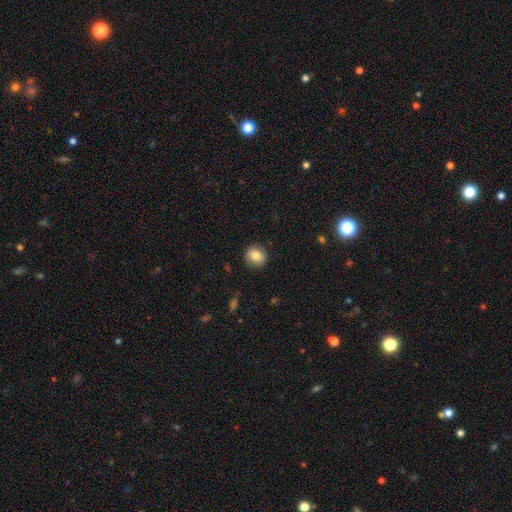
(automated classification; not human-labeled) Smooth or featured: smooth — 83% (star or artifact — 9%)
How rounded: round — 79% (in between — 20%)
Merging: none — 89% (minor disturbance — 7%)